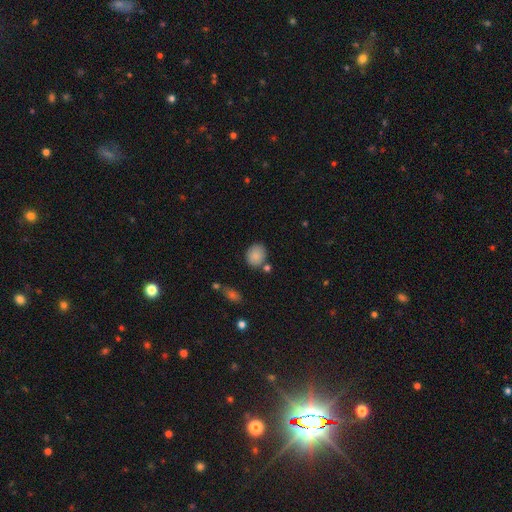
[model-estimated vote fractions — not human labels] Smooth or featured: smooth — 86% (star or artifact — 8%)
How rounded: round — 61% (in between — 38%)
Merging: none — 73% (minor disturbance — 15%)